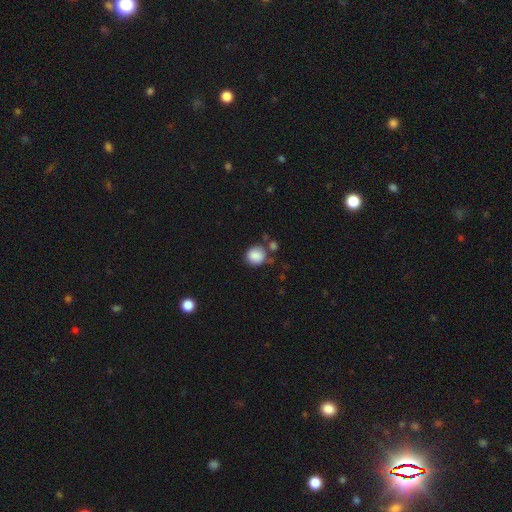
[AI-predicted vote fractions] Smooth or featured: smooth — 87% (star or artifact — 8%)
How rounded: round — 83% (in between — 16%)
Merging: none — 68% (minor disturbance — 14%)